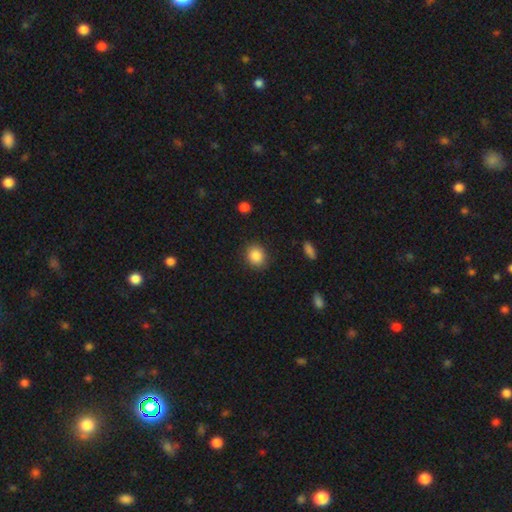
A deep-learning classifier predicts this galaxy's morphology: The model was most divided on "how rounded": round: 68%, in between: 31%, cigar-shaped: 1%. More confident: merging — none (88%); smooth or featured — smooth (87%).